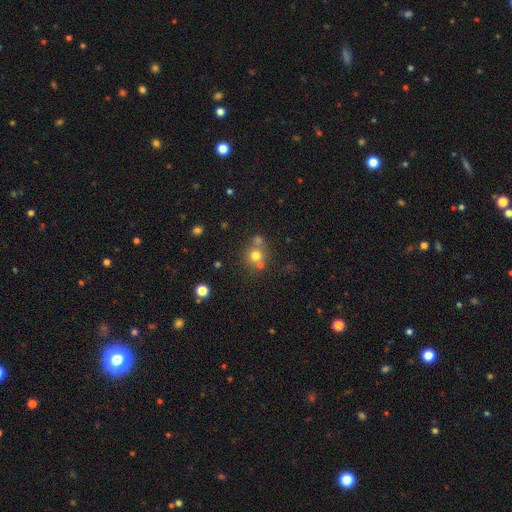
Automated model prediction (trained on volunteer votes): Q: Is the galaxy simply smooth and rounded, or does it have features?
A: smooth — 72%.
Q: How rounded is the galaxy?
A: round — 88%.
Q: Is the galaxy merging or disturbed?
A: none — 59%.